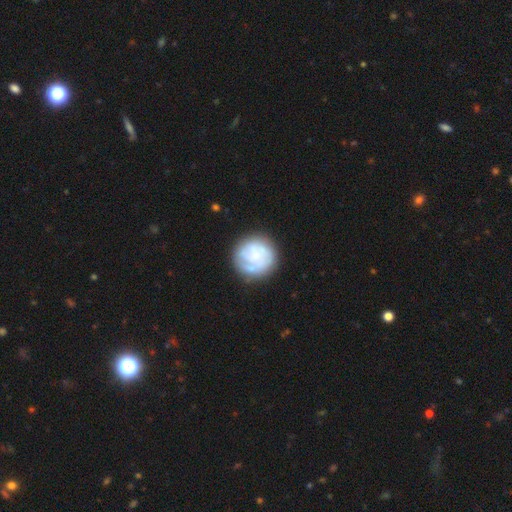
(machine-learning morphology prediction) smooth-or-featured: featured or disk: 49% | smooth: 43% | star or artifact: 7%
  merging: none: 70% | minor disturbance: 17% | major disturbance: 10% | merger: 3%